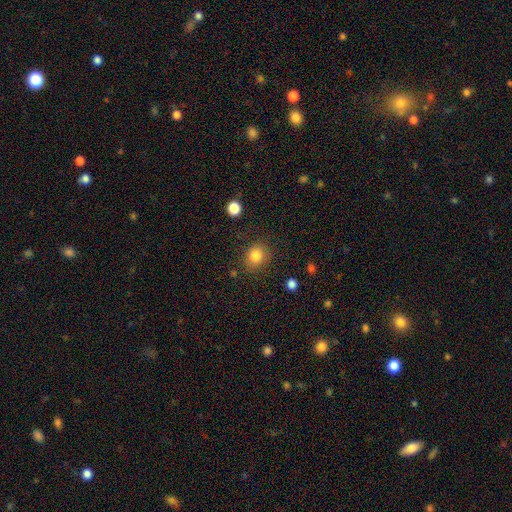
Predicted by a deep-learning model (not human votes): Smooth or featured?
  - smooth: 83% *
  - star or artifact: 11%
  - featured or disk: 6%
How rounded?
  - round: 71% *
  - in between: 28%
  - cigar-shaped: 1%
Merging?
  - none: 82% *
  - minor disturbance: 12%
  - major disturbance: 4%
  - merger: 2%